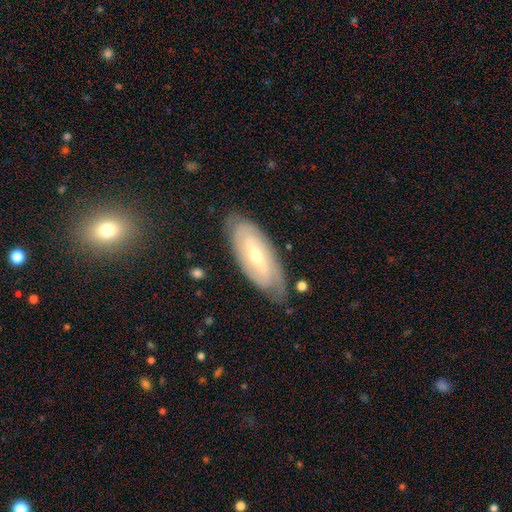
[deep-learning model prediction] smooth-or-featured: featured or disk: 78% | smooth: 17% | star or artifact: 5%
  disk-edge-on: no: 90% | yes: 10%
    bar: weak: 42% | strong: 30% | no: 28%
    has-spiral-arms: yes: 90% | no: 10%
      spiral-winding: tight: 61% | medium: 29% | loose: 11%
      spiral-arm-count: 2: 55% | can't tell: 29% | 3: 7% | 4: 3% | 1: 3% | more than 4: 2%
    bulge-size: small: 51% | moderate: 46% | large: 2% | none: 1% | dominant: 1%
  merging: none: 77% | minor disturbance: 17% | major disturbance: 4% | merger: 1%